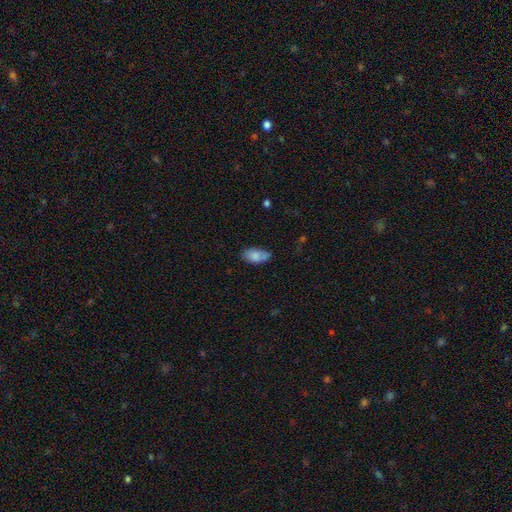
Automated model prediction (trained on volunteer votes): smooth_or_featured: smooth (p=0.80) [alt: featured or disk p=0.12]
how_rounded: in between (p=0.92) [alt: cigar-shaped p=0.04]
merging: none (p=0.60) [alt: minor disturbance p=0.30]